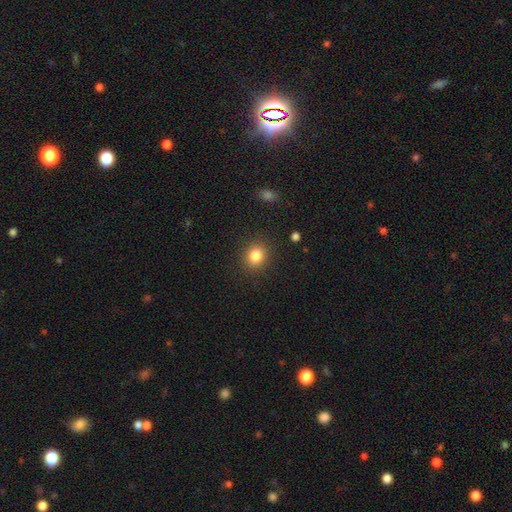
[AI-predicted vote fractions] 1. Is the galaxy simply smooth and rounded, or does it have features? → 83% smooth, 11% star or artifact, 6% featured or disk.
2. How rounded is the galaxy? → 78% round, 21% in between, 1% cigar-shaped.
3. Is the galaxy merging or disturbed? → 89% none, 7% minor disturbance, 3% major disturbance, 1% merger.